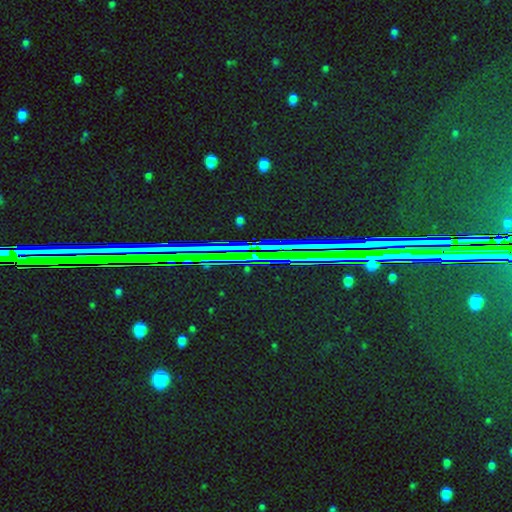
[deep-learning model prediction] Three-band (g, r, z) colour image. It shows a star or artifact, not a galaxy (84%).